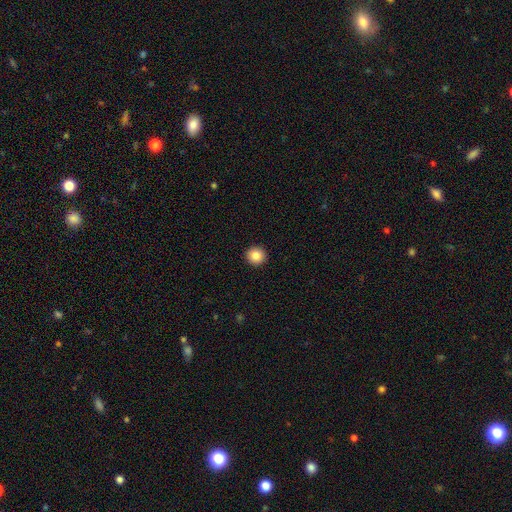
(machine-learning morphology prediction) smooth 86%, star or artifact 10%, featured or disk 5%. Down the decision tree: how rounded — round (95%); merging — none (94%).